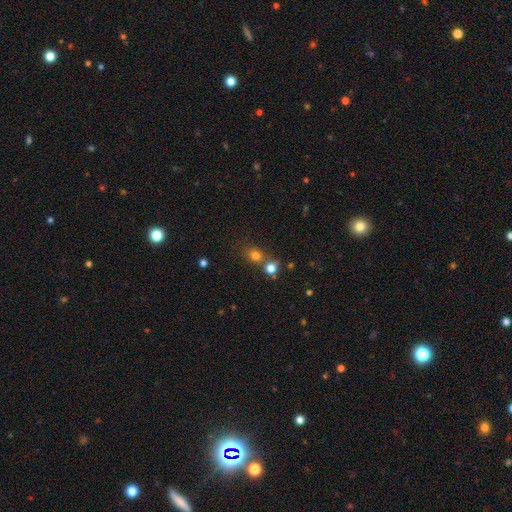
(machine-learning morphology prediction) smooth 74%, star or artifact 19%, featured or disk 7%. Down the decision tree: how rounded — round (74%); merging — none (59%).